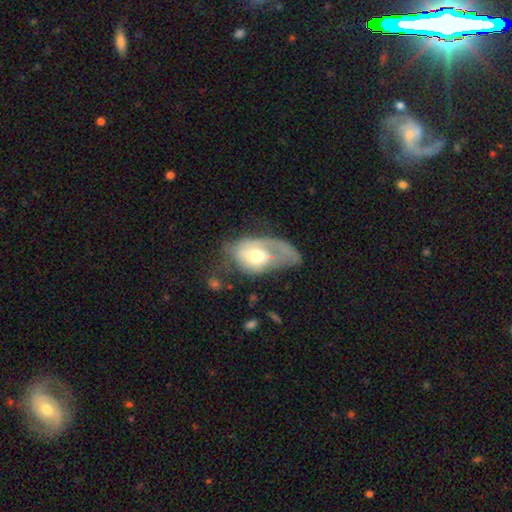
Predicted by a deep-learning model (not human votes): Morphology: type=featured or disk (50%); merging=major disturbance (54%).